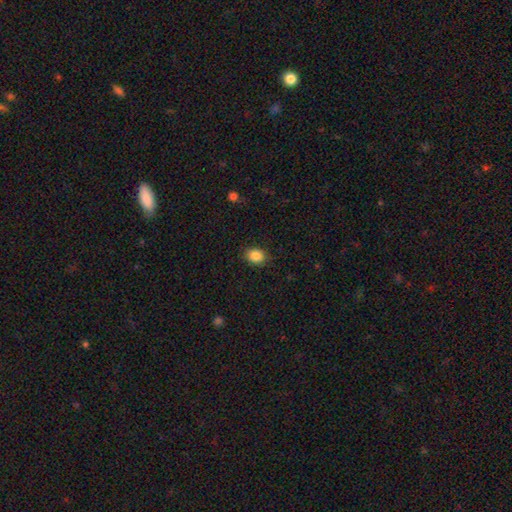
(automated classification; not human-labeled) Q: Smooth or featured?
A: smooth (86%); runner-up: star or artifact (9%)
Q: How rounded?
A: in between (53%); runner-up: round (46%)
Q: Merging?
A: none (87%); runner-up: minor disturbance (10%)